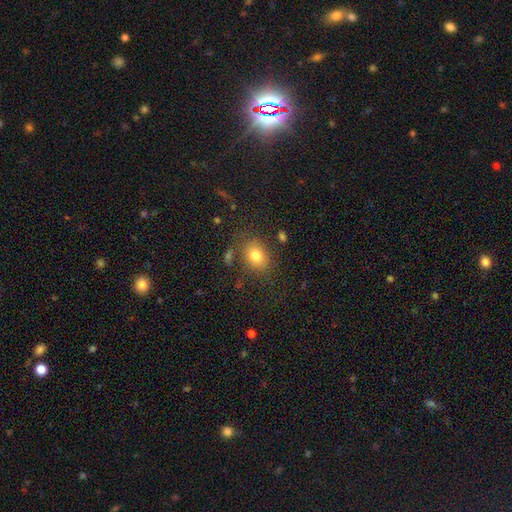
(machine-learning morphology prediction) smooth 79%, star or artifact 11%, featured or disk 10%. Down the decision tree: how rounded — in between (55%); merging — none (75%).